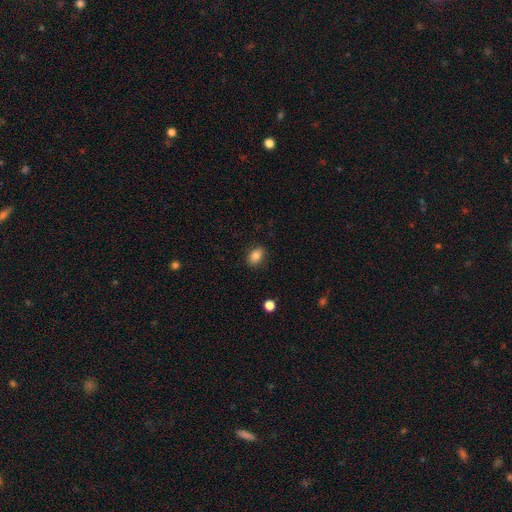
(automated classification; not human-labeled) Smooth or featured: smooth — 84% (star or artifact — 9%)
How rounded: in between — 81% (round — 17%)
Merging: none — 87% (minor disturbance — 10%)